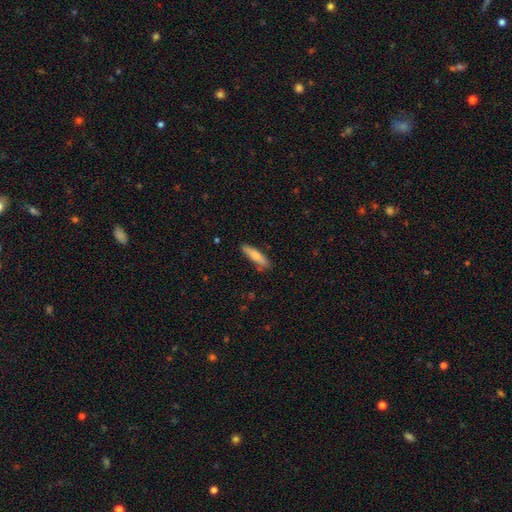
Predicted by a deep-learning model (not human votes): A smooth galaxy with no disk features (72%) that is cigar-shaped (75%).

Vote fractions:
- Smooth or featured? smooth: 72% / featured or disk: 22% / star or artifact: 6%
- How rounded? cigar-shaped: 75% / in between: 23% / round: 2%
- Merging? none: 79% / minor disturbance: 15% / merger: 3% / major disturbance: 3%